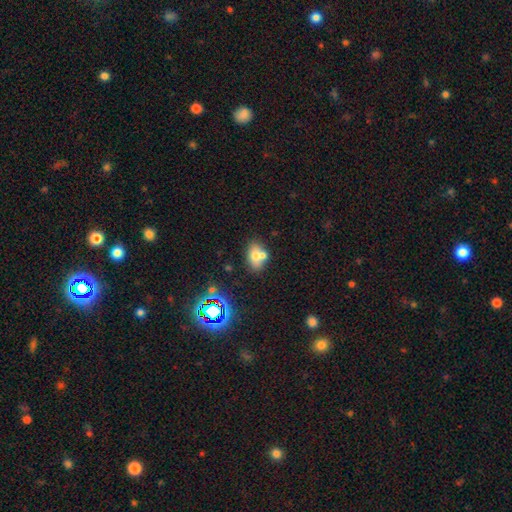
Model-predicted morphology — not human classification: Smooth or featured? smooth (65%)
How rounded? in between (77%)
Merging? none (45%)